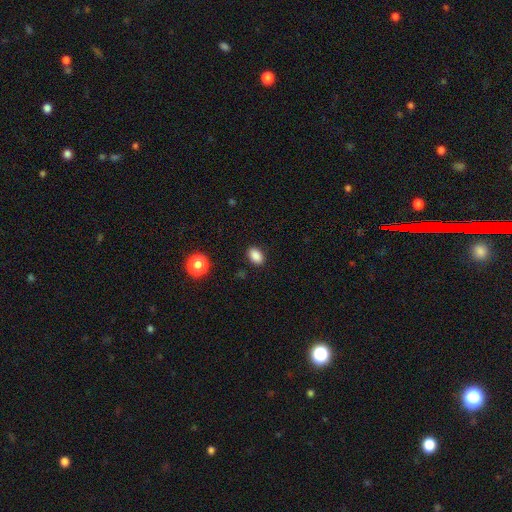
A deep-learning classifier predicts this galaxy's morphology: Q: Smooth or featured?
A: smooth (87%); runner-up: star or artifact (10%)
Q: How rounded?
A: in between (82%); runner-up: round (16%)
Q: Merging?
A: none (88%); runner-up: minor disturbance (8%)